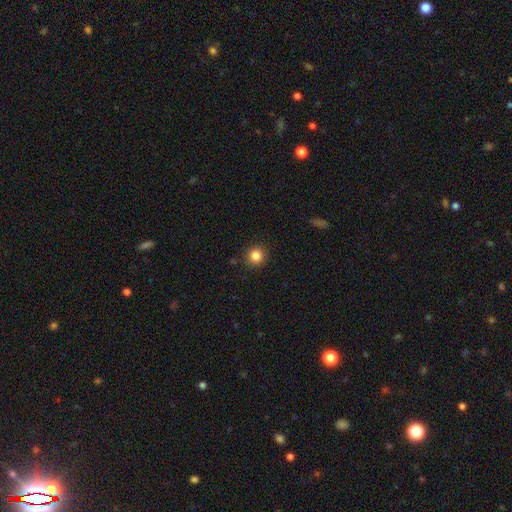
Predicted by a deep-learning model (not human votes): This is clearly a smooth galaxy (84%). How rounded: clearly round (93%). Merging: clearly none (90%).